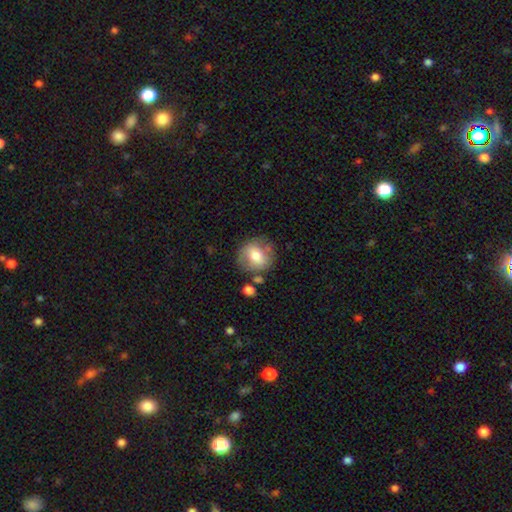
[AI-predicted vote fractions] This is likely a smooth galaxy (64%). How rounded: clearly round (81%). Merging: likely none (69%).